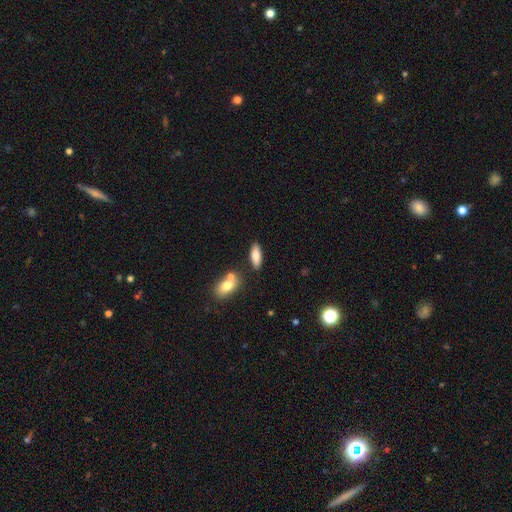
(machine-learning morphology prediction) The model was most divided on "how rounded": in between: 68%, cigar-shaped: 29%, round: 2%. More confident: smooth or featured — smooth (78%); merging — none (78%).